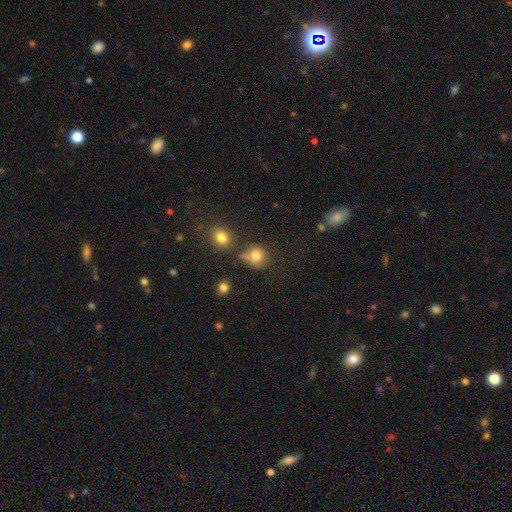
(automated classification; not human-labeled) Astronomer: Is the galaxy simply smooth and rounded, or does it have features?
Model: smooth — 78%.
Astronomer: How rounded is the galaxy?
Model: round — 78%.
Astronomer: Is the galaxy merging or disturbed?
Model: none — 56%.